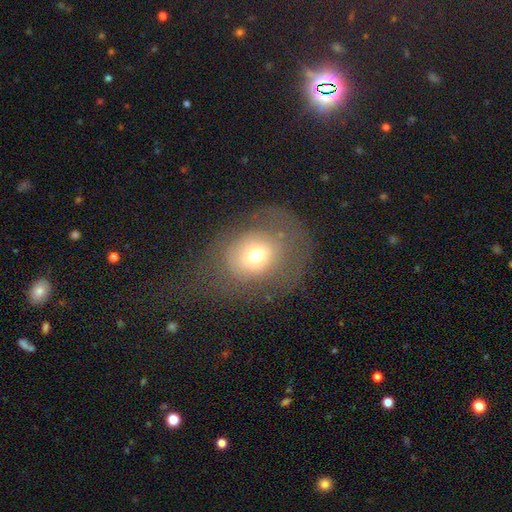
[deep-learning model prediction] A smooth galaxy with no disk features (57%) that is round (60%).

Vote fractions:
- Smooth or featured? smooth: 57% / featured or disk: 30% / star or artifact: 12%
- How rounded? round: 60% / in between: 39% / cigar-shaped: 1%
- Merging? none: 46% / major disturbance: 32% / minor disturbance: 20% / merger: 2%